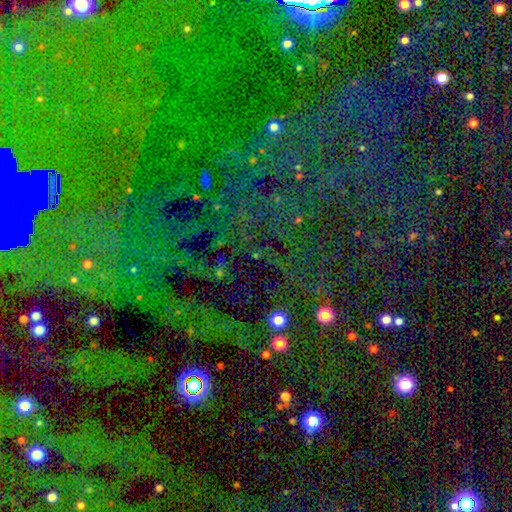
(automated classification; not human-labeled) A star or artifact, not a galaxy (63%).